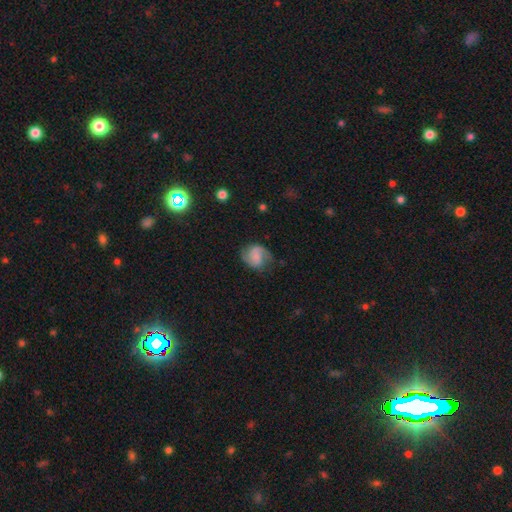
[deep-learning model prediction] Smooth or featured? Predicted: featured or disk (p=0.59). Edge-on disk? Predicted: no (p=0.98). Bar? Predicted: no (p=0.45). Spiral arms? Predicted: yes (p=0.92). Spiral winding? Predicted: medium (p=0.46). Spiral arm count? Predicted: 2 (p=0.82). Bulge size? Predicted: none (p=0.54). Merging? Predicted: none (p=0.63).